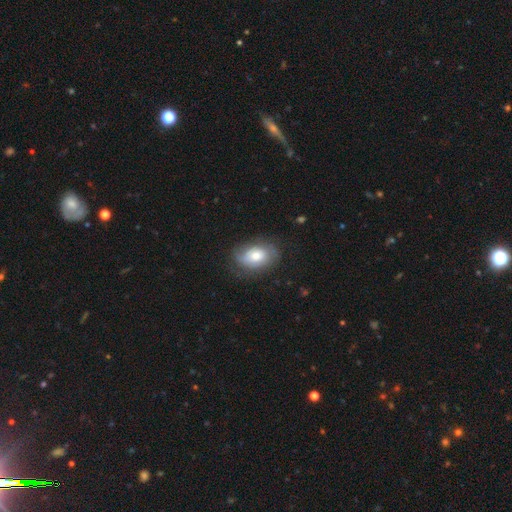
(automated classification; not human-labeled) Q: Smooth or featured?
A: smooth (53%); runner-up: featured or disk (40%)
Q: How rounded?
A: in between (81%); runner-up: round (18%)
Q: Merging?
A: none (68%); runner-up: minor disturbance (22%)